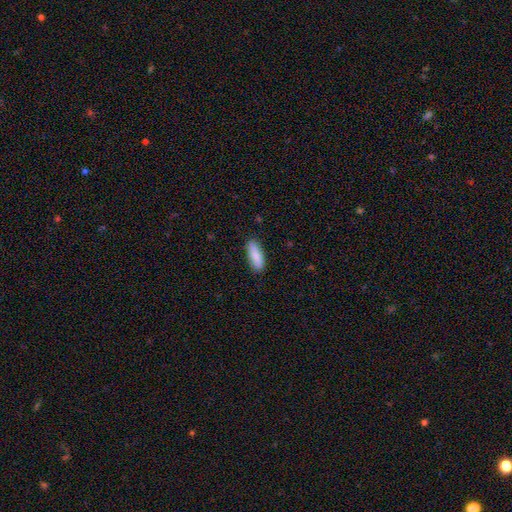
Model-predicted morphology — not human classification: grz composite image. It shows a smooth galaxy with no disk features (86%) that is in between round and cigar-shaped (55%). Merging: none (87%).